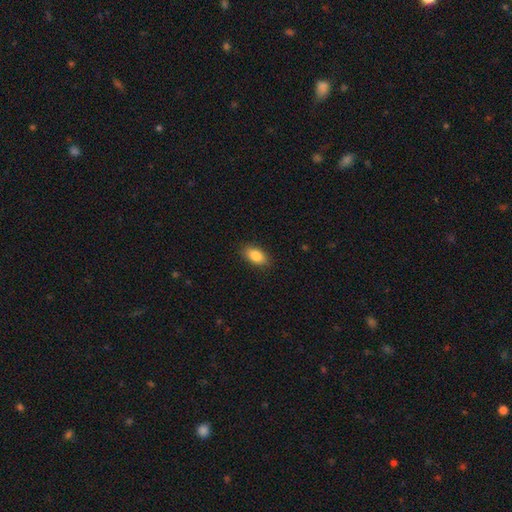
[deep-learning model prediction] The model was most divided on "smooth or featured": smooth: 86%, star or artifact: 7%, featured or disk: 7%. More confident: how rounded — in between (91%); merging — none (88%).